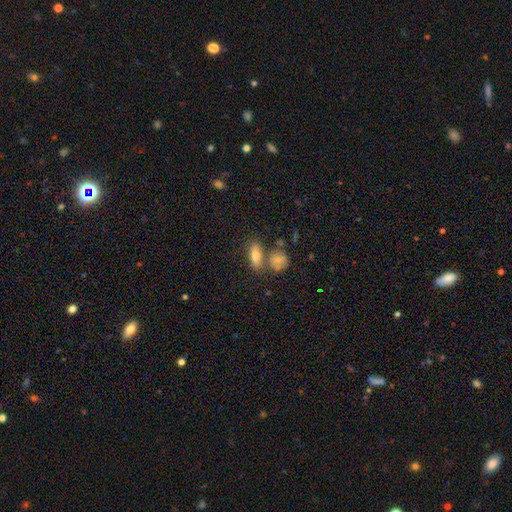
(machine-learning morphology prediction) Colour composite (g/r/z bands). It shows a smooth galaxy with no disk features (70%) that is in between round and cigar-shaped (55%). Merging: none (65%).